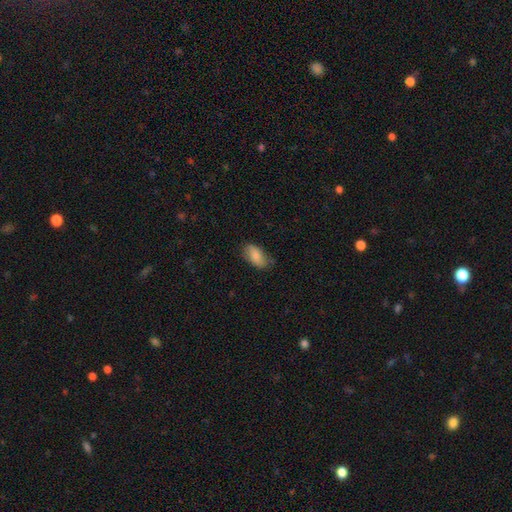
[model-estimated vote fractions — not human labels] Q: Smooth or featured?
A: smooth (82%); runner-up: featured or disk (11%)
Q: How rounded?
A: in between (93%); runner-up: round (4%)
Q: Merging?
A: none (71%); runner-up: minor disturbance (23%)